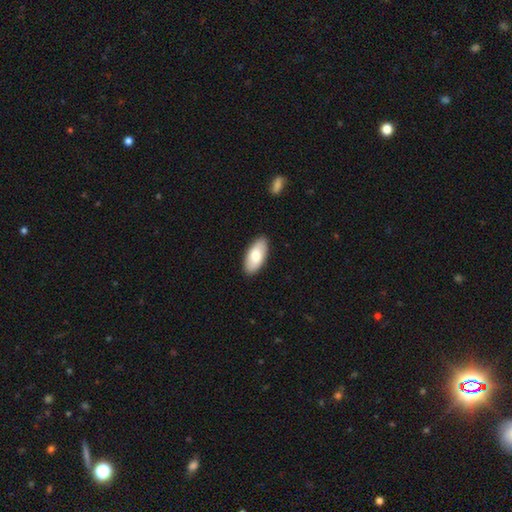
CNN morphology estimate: smooth-or-featured: smooth: 78% | featured or disk: 17% | star or artifact: 5%
  how-rounded: in between: 90% | cigar-shaped: 8% | round: 2%
  merging: none: 89% | minor disturbance: 8% | major disturbance: 2% | merger: 1%